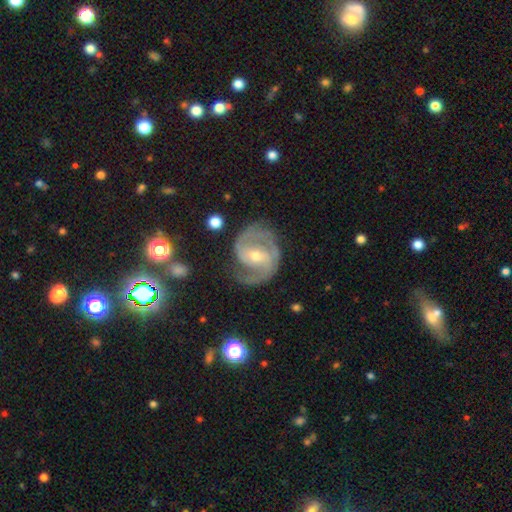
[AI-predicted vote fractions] featured or disk 89%, smooth 5%, star or artifact 5%. Down the decision tree: edge-on disk — no (98%); bar — weak (43%); spiral arms — yes (97%); spiral arm count — 2 (81%); spiral winding — medium (53%); bulge size — moderate (50%); merging — none (72%).